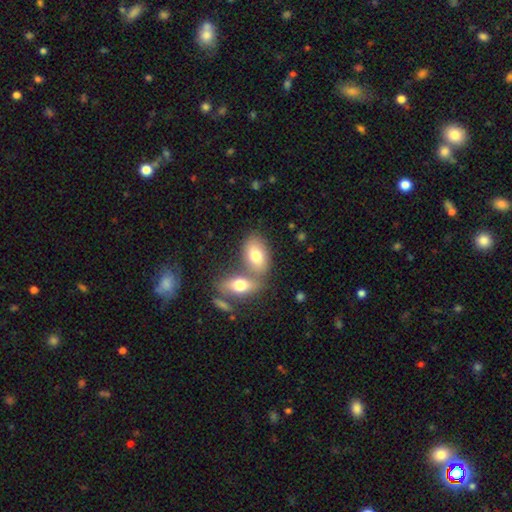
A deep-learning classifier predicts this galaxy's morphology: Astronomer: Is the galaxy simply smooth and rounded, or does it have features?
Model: smooth — 72%.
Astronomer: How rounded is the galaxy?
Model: in between — 88%.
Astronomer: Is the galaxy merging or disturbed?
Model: none — 46% (runner-up: merger, 40%).